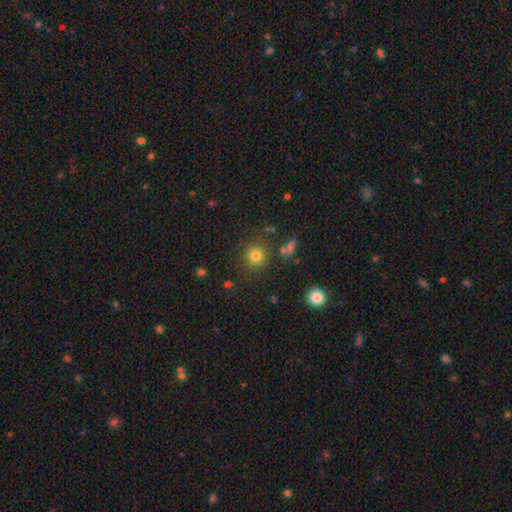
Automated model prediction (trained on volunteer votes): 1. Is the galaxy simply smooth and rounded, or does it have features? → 78% smooth, 14% star or artifact, 7% featured or disk.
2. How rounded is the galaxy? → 92% round, 7% in between, 1% cigar-shaped.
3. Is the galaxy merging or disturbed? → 83% none, 9% minor disturbance, 4% merger, 4% major disturbance.